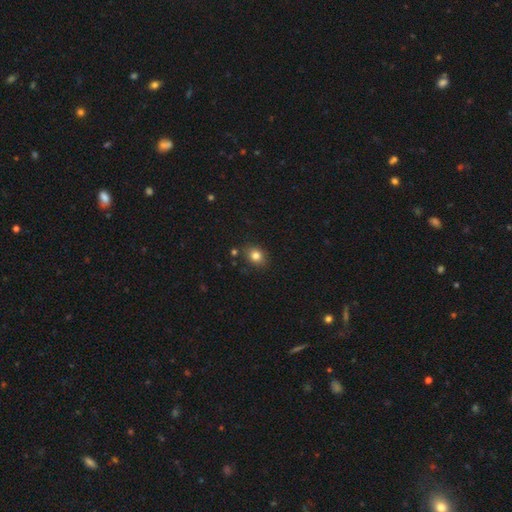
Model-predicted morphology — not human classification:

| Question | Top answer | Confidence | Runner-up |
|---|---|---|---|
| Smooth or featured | smooth | 81% | star or artifact (11%) |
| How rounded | round | 54% | in between (45%) |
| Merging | none | 83% | minor disturbance (11%) |